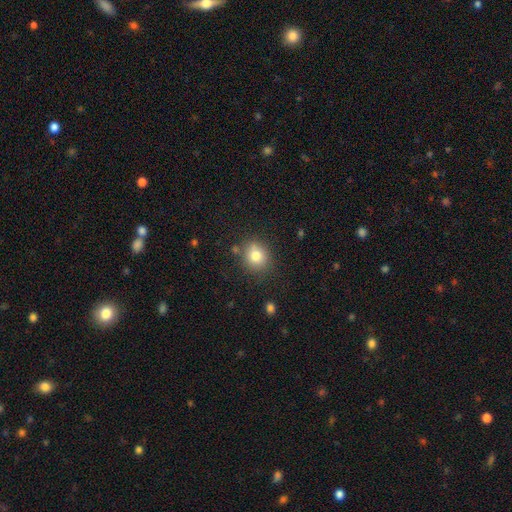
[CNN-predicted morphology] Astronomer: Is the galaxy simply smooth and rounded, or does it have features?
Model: smooth — 79%.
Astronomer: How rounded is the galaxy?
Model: round — 76%.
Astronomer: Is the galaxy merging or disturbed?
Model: none — 77%.